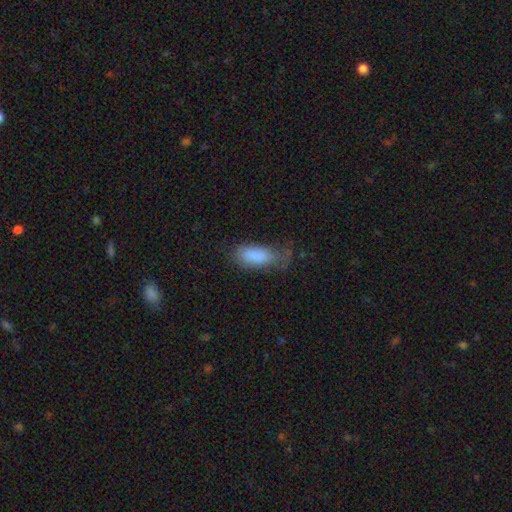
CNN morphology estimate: smooth-or-featured: smooth: 83% | featured or disk: 10% | star or artifact: 7%
  how-rounded: in between: 83% | cigar-shaped: 15% | round: 2%
  merging: none: 37% | minor disturbance: 36% | major disturbance: 24% | merger: 3%